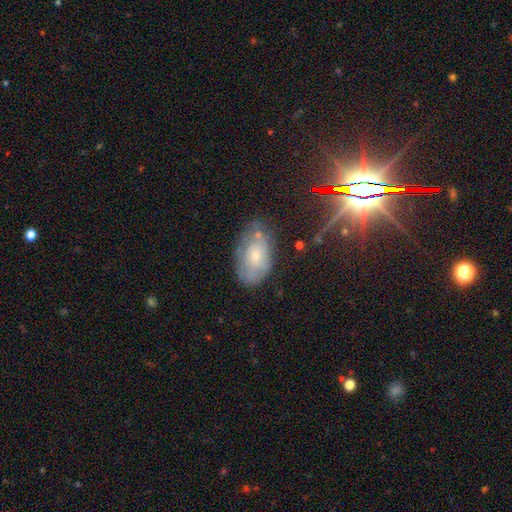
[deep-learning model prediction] A smooth galaxy with no disk features (46%).

Vote fractions:
- Smooth or featured? smooth: 46% / featured or disk: 42% / star or artifact: 11%
- Merging? none: 63% / minor disturbance: 26% / major disturbance: 8% / merger: 3%